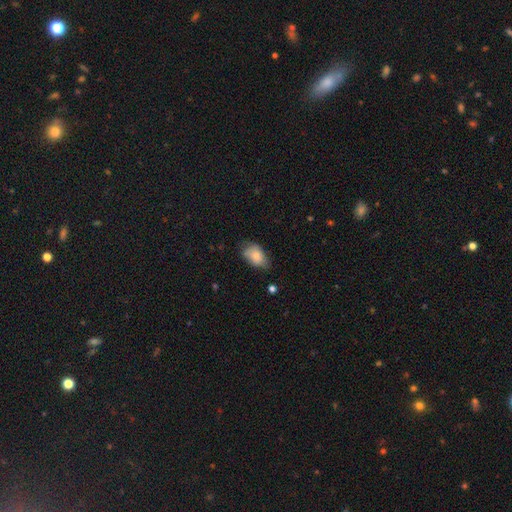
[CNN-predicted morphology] A smooth galaxy with no disk features (79%) that is in between round and cigar-shaped (88%).

Vote fractions:
- Smooth or featured? smooth: 79% / featured or disk: 13% / star or artifact: 7%
- How rounded? in between: 88% / round: 10% / cigar-shaped: 2%
- Merging? none: 52% / minor disturbance: 36% / major disturbance: 10% / merger: 2%